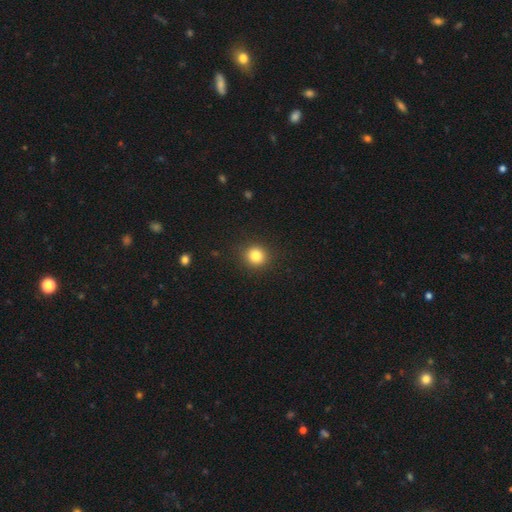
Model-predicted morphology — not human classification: A smooth galaxy with no disk features (83%) that is round (89%). Merging: none (91%).